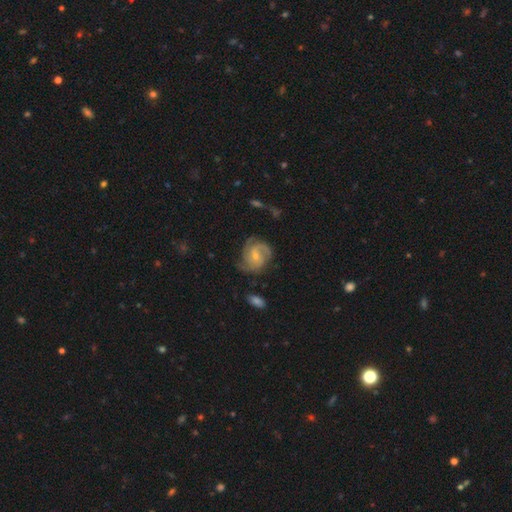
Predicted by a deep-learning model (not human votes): Smooth or featured?
  - featured or disk: 80% *
  - smooth: 14%
  - star or artifact: 6%
Edge-on disk?
  - no: 98% *
  - yes: 2%
Bar?
  - no: 50% *
  - weak: 42%
  - strong: 8%
Spiral arms?
  - yes: 95% *
  - no: 5%
Spiral winding?
  - medium: 45% *
  - tight: 41%
  - loose: 14%
Spiral arm count?
  - 2: 35% * (tied)
  - 3: 35% * (tied)
  - can't tell: 16%
  - 4: 6%
  - 1: 5%
  - more than 4: 4%
Bulge size?
  - small: 64% *
  - moderate: 30%
  - none: 3%
  - large: 1%
  - dominant: 1%
Merging?
  - none: 63% *
  - minor disturbance: 23%
  - major disturbance: 12%
  - merger: 2%